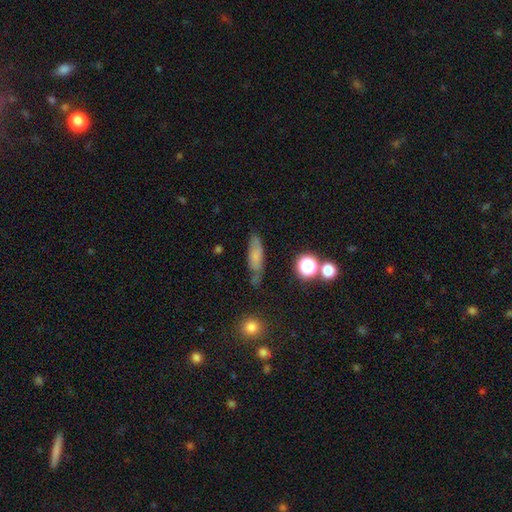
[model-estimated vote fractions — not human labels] Overall: smooth (65%). How rounded: cigar-shaped (48%; in between 47%). Merging: none (64%).